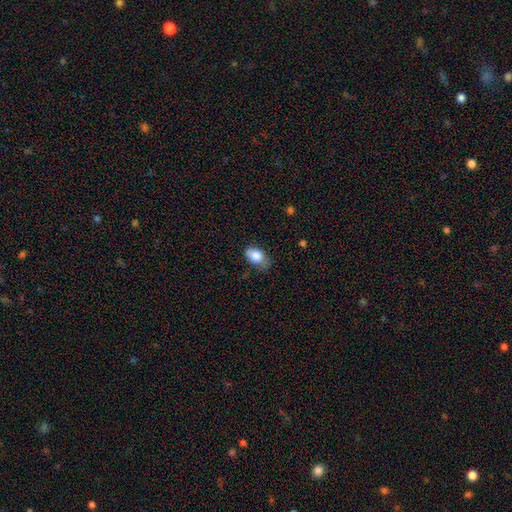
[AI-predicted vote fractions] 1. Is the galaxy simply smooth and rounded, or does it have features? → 80% smooth, 12% featured or disk, 8% star or artifact.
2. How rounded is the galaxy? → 83% in between, 15% round, 2% cigar-shaped.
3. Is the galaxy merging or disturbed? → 51% none, 35% minor disturbance, 12% major disturbance, 2% merger.